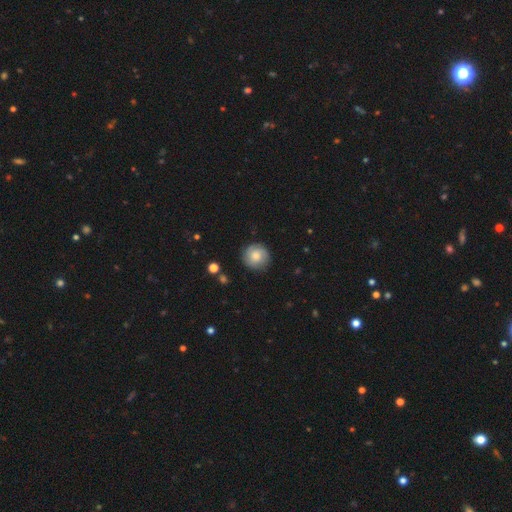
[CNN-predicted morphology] Smooth or featured?
  - smooth: 63% *
  - featured or disk: 29%
  - star or artifact: 8%
How rounded?
  - round: 93% *
  - in between: 6%
  - cigar-shaped: 1%
Merging?
  - none: 85% *
  - minor disturbance: 10%
  - major disturbance: 3%
  - merger: 1%